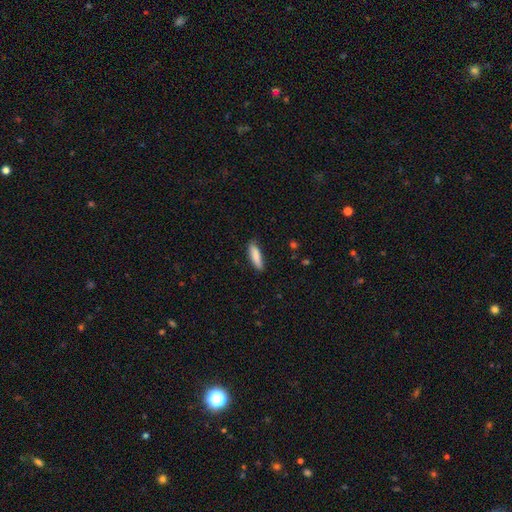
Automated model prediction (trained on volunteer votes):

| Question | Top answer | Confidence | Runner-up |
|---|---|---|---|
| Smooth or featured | smooth | 86% | featured or disk (9%) |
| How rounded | cigar-shaped | 63% | in between (35%) |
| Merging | none | 83% | minor disturbance (14%) |